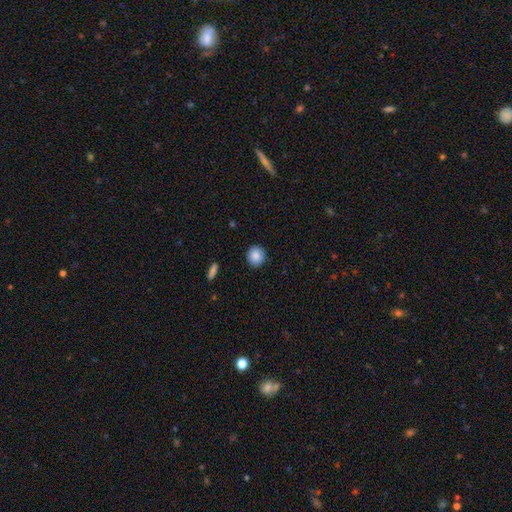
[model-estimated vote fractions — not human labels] Q: Smooth or featured?
A: smooth (88%); runner-up: star or artifact (8%)
Q: How rounded?
A: round (85%); runner-up: in between (14%)
Q: Merging?
A: none (91%); runner-up: minor disturbance (6%)